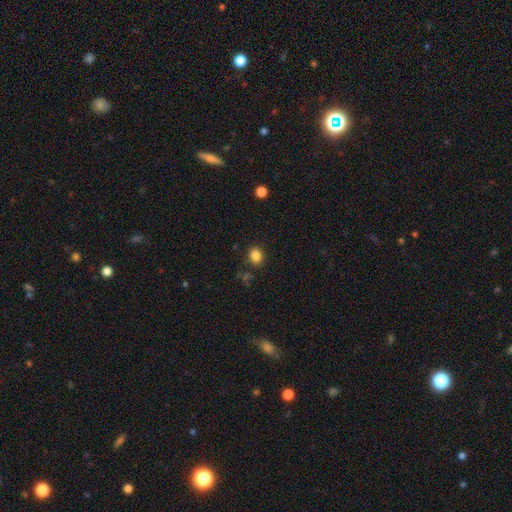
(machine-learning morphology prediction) smooth 85%, star or artifact 12%, featured or disk 4%. Down the decision tree: how rounded — round (69%); merging — none (85%).